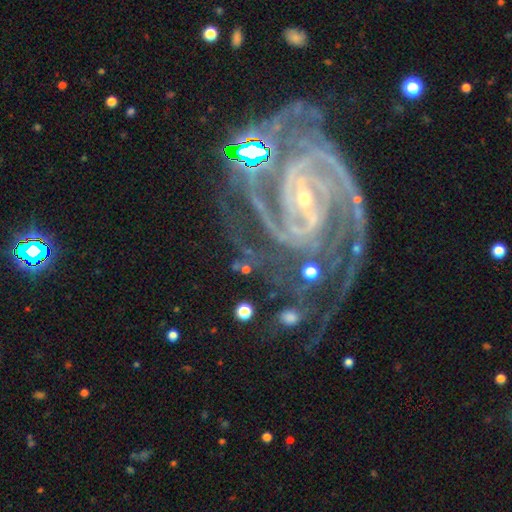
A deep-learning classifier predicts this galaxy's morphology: A featured or disk galaxy (92%) with a weak bar (34%), 2 (40%) tight (63%) spiral arms (99%) and a small central bulge (86%).

Vote fractions:
- Smooth or featured? featured or disk: 92% / star or artifact: 6% / smooth: 2%
- Edge-on disk? no: 98% / yes: 2%
- Bar? weak: 34% / strong: 33% / no: 32%
- Spiral arms? yes: 99% / no: 1%
- Spiral winding? tight: 63% / medium: 33% / loose: 5%
- Spiral arm count? 2: 40% / 3: 23% / 4: 12% / can't tell: 11% / more than 4: 7% / 1: 7%
- Bulge size? small: 86% / moderate: 10% / none: 2% / large: 1% / dominant: 1%
- Merging? none: 55% / minor disturbance: 21% / major disturbance: 15% / merger: 10%